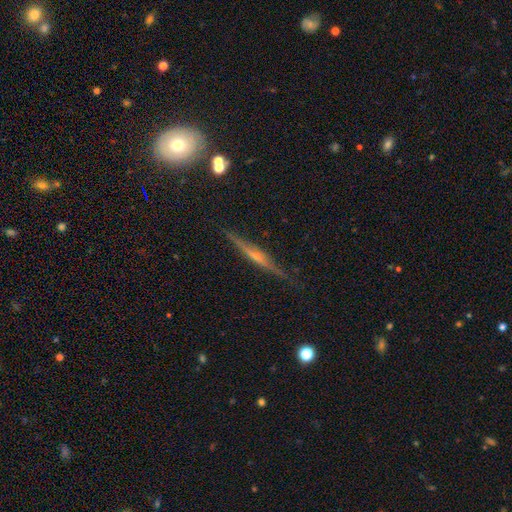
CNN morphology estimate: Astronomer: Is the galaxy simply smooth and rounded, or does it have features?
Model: featured or disk — 73%.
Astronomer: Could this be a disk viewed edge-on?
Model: yes — 97%.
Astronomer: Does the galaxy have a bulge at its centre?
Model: rounded — 56% (runner-up: none, 32%).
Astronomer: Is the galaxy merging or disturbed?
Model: none — 86%.